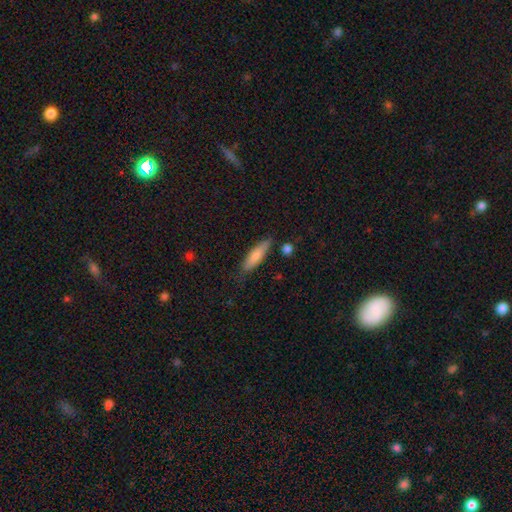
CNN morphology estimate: Q: Smooth or featured?
A: smooth (74%); runner-up: featured or disk (20%)
Q: How rounded?
A: cigar-shaped (71%); runner-up: in between (27%)
Q: Merging?
A: none (79%); runner-up: minor disturbance (15%)